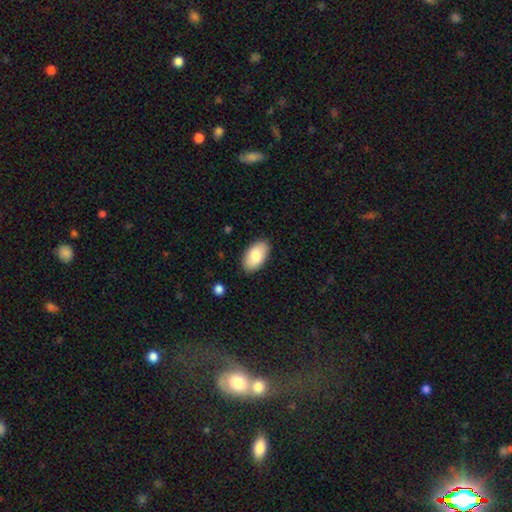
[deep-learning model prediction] Smooth or featured?
  - smooth: 81% *
  - featured or disk: 13%
  - star or artifact: 6%
How rounded?
  - in between: 95% *
  - round: 3%
  - cigar-shaped: 2%
Merging?
  - none: 87% *
  - minor disturbance: 10%
  - major disturbance: 2%
  - merger: 1%